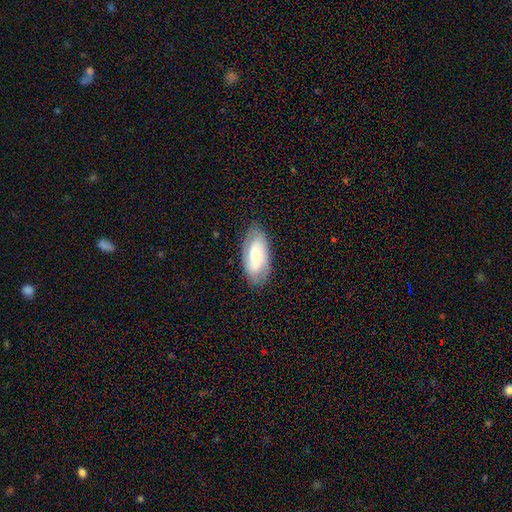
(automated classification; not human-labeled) Smooth or featured?
  - smooth: 52% *
  - featured or disk: 42%
  - star or artifact: 7%
How rounded?
  - in between: 90% *
  - cigar-shaped: 7%
  - round: 3%
Merging?
  - none: 83% *
  - minor disturbance: 13%
  - major disturbance: 3%
  - merger: 1%